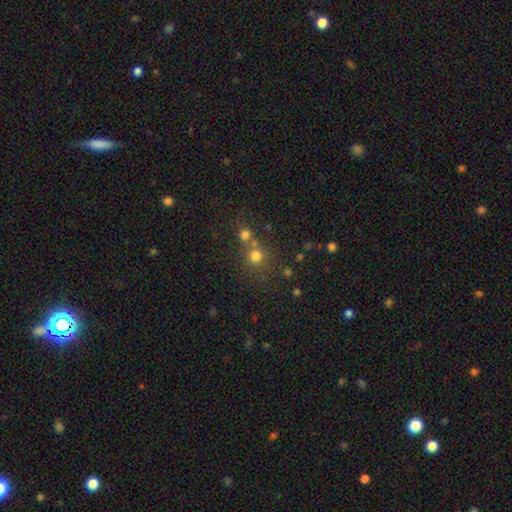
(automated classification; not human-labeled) The model was most divided on "merging": none: 56%, merger: 32%, minor disturbance: 7%, major disturbance: 4%. More confident: how rounded — round (90%); smooth or featured — smooth (72%).